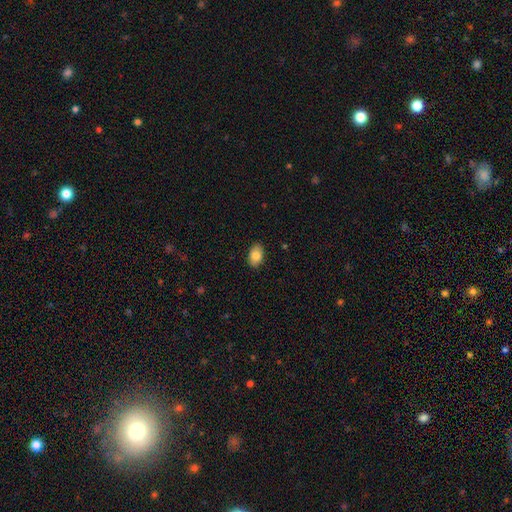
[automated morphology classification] This appears to be a smooth galaxy with no disk features (82%) that is in between round and cigar-shaped (90%). Merging: none (88%).